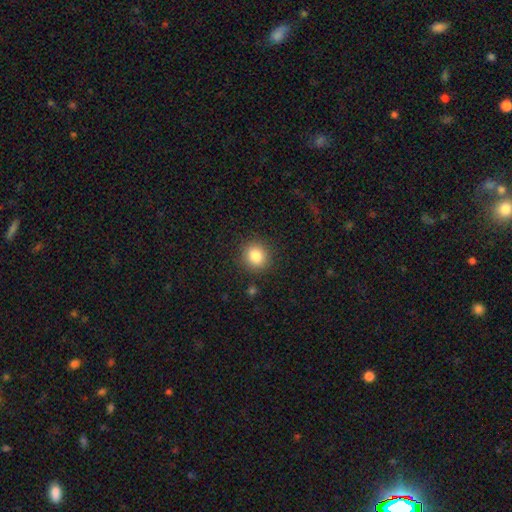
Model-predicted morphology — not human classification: smooth_or_featured: smooth (p=0.83) [alt: star or artifact p=0.11]
how_rounded: round (p=0.89) [alt: in between p=0.10]
merging: none (p=0.89) [alt: minor disturbance p=0.07]